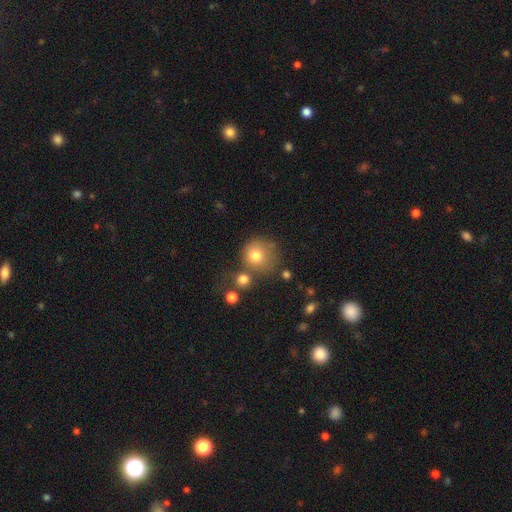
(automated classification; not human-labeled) Overall: smooth (77%). How rounded: round (89%). Merging: none (58%).